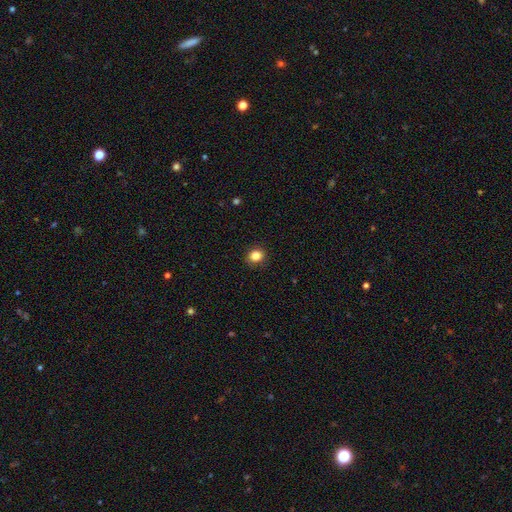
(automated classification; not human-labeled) Smooth or featured? smooth (85%)
How rounded? round (74%)
Merging? none (90%)